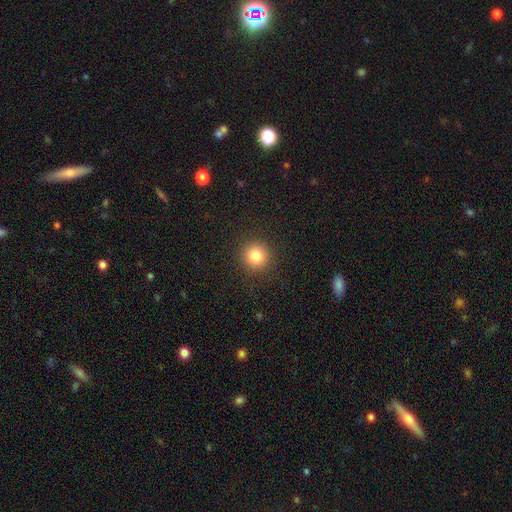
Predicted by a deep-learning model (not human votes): Overall: smooth (82%). How rounded: round (94%). Merging: none (91%).